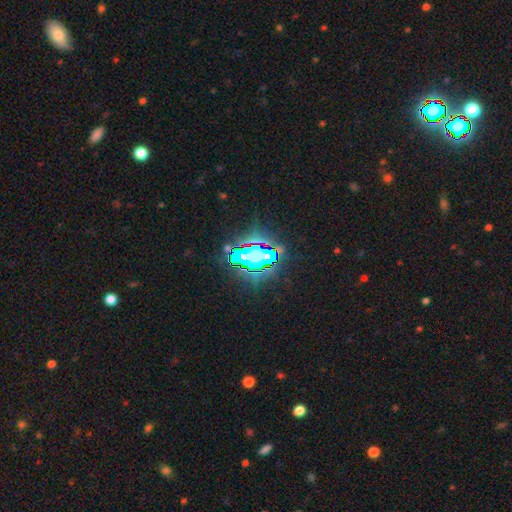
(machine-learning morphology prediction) Smooth or featured?
  - star or artifact: 67% *
  - smooth: 19%
  - featured or disk: 14%